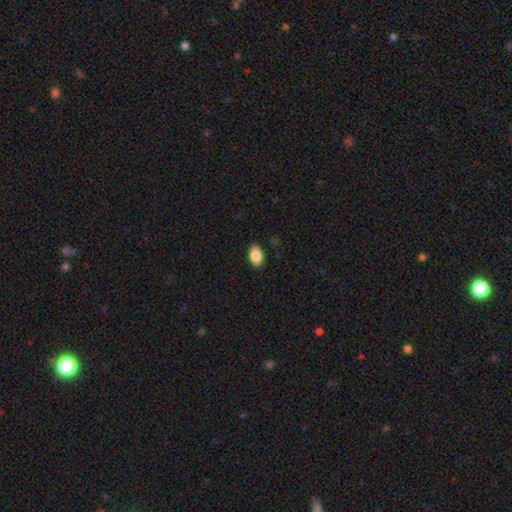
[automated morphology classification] smooth 87%, star or artifact 7%, featured or disk 6%. Down the decision tree: how rounded — in between (92%); merging — none (89%).